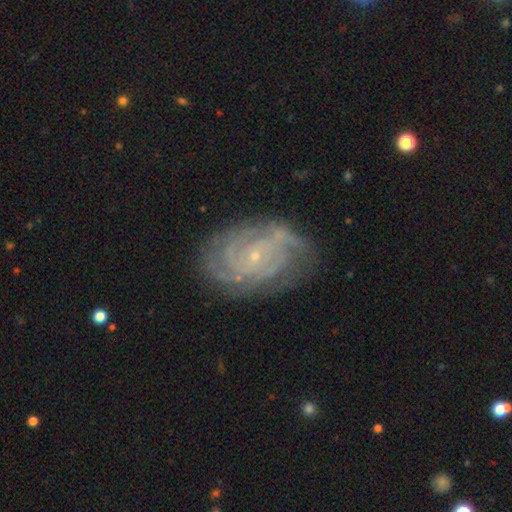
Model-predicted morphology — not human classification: Overall: featured or disk (86%). Edge-on disk: no (97%). Bar: no (72%). Spiral arms: yes (97%). Spiral arm count: can't tell (28%; 4 21%). Spiral winding: tight (69%). Bulge size: small (87%). Merging: none (77%).